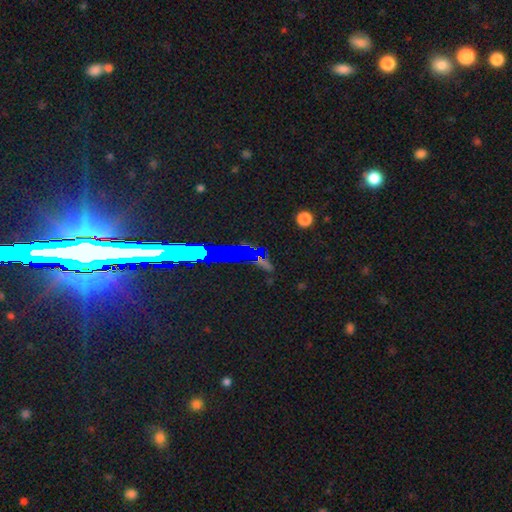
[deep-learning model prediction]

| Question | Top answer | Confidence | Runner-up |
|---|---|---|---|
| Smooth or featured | star or artifact | 56% | smooth (25%) |